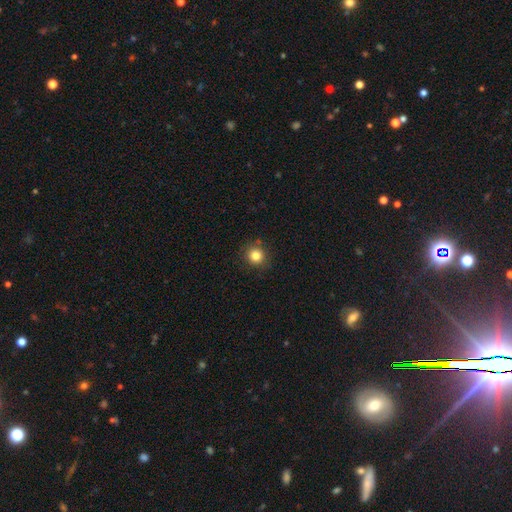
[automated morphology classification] Smooth or featured? Predicted: smooth (p=0.82). How rounded? Predicted: round (p=0.92). Merging? Predicted: none (p=0.86).